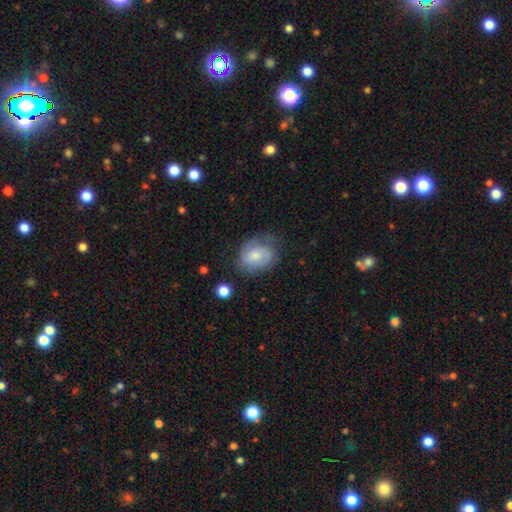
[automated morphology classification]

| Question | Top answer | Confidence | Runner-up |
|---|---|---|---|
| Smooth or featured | featured or disk | 55% | smooth (38%) |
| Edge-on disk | no | 97% | yes (3%) |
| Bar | no | 63% | weak (32%) |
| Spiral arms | yes | 87% | no (13%) |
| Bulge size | moderate | 47% | small (37%) |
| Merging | none | 59% | minor disturbance (26%) |